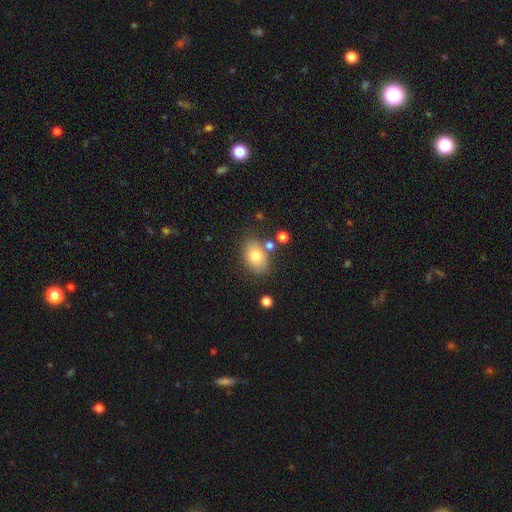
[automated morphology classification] This is likely a smooth galaxy (76%). How rounded: likely in between (76%). Merging: likely none (74%).